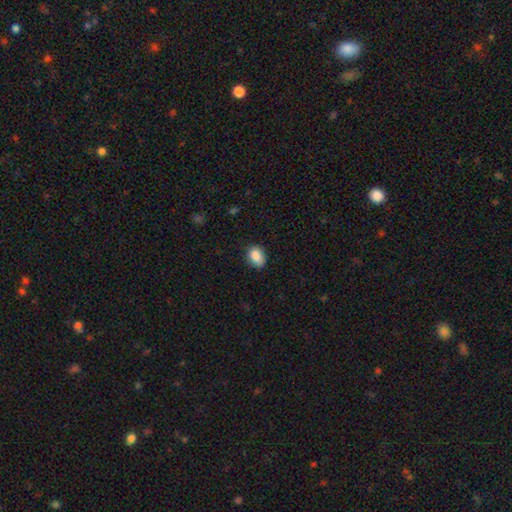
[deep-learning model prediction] smooth 87%, star or artifact 8%, featured or disk 5%. Down the decision tree: how rounded — in between (72%); merging — none (77%).